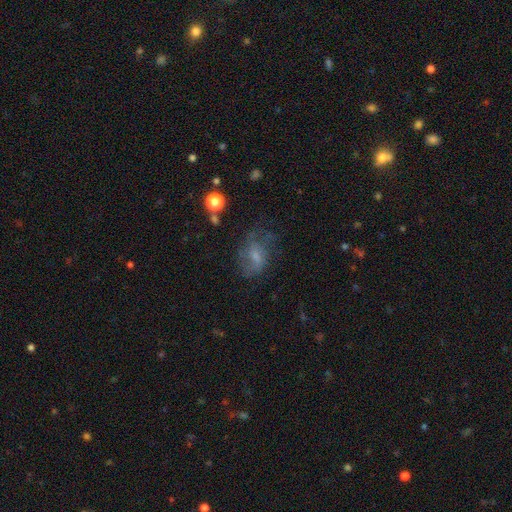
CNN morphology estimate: This is marginally a featured or disk galaxy (45%). Merging: possibly none (47%).